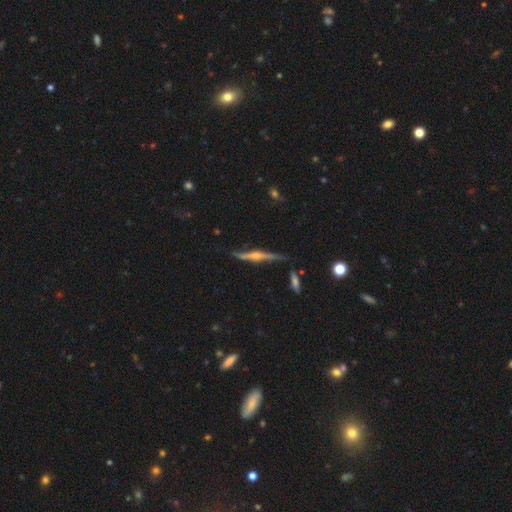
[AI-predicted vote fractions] Smooth or featured? Predicted: featured or disk (p=0.79). Edge-on disk? Predicted: yes (p=0.95). Edge-on bulge? Predicted: rounded (p=0.86). Merging? Predicted: none (p=0.72).